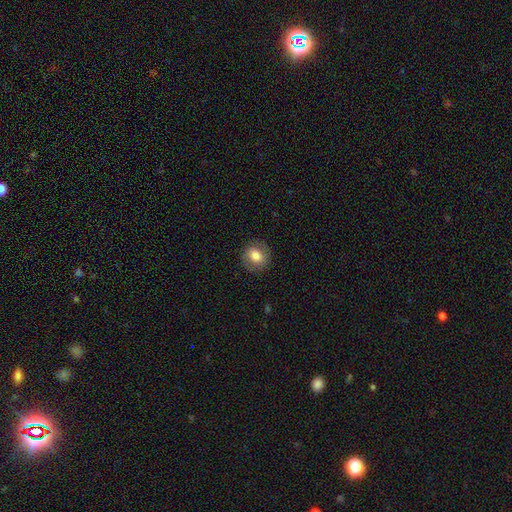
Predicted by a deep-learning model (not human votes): This appears to be a smooth galaxy with no disk features (76%) that is round (80%). Merging: none (87%).